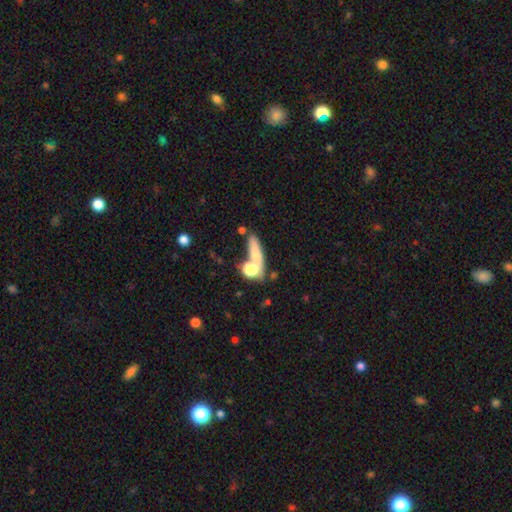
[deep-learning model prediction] Morphology: type=smooth (72%); roundness=cigar-shaped (47%); merging=none (53%).